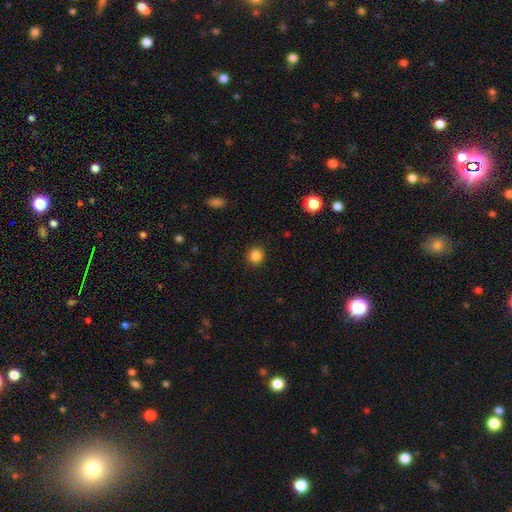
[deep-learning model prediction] A smooth galaxy with no disk features (86%) that is round (92%).

Vote fractions:
- Smooth or featured? smooth: 86% / star or artifact: 11% / featured or disk: 3%
- How rounded? round: 92% / in between: 7% / cigar-shaped: 1%
- Merging? none: 91% / minor disturbance: 5% / major disturbance: 2% / merger: 1%